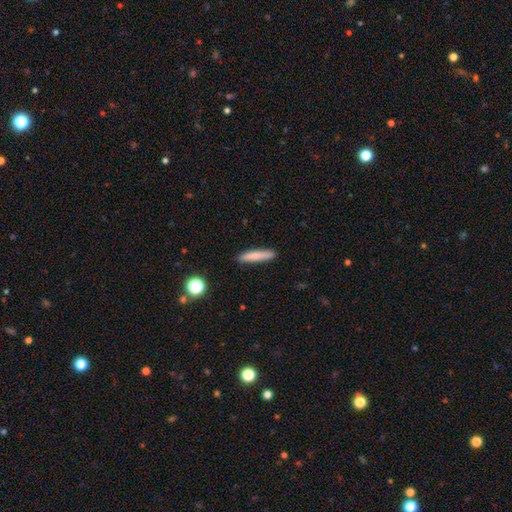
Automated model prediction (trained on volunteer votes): smooth-or-featured: smooth: 78% | featured or disk: 15% | star or artifact: 7%
  how-rounded: cigar-shaped: 89% | in between: 10% | round: 2%
  merging: none: 89% | minor disturbance: 8% | major disturbance: 2% | merger: 1%